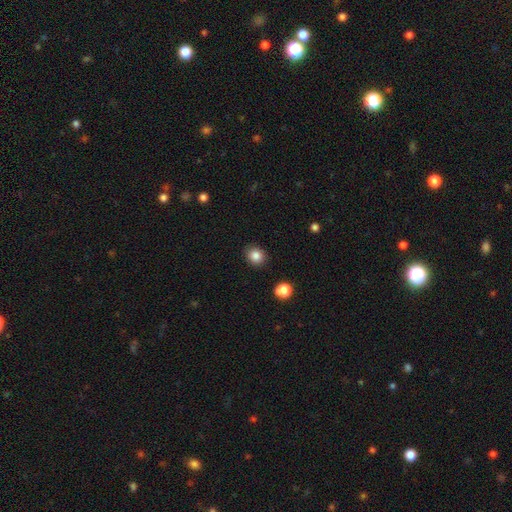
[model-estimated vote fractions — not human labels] Morphology: type=smooth (85%); roundness=round (76%); merging=none (89%).